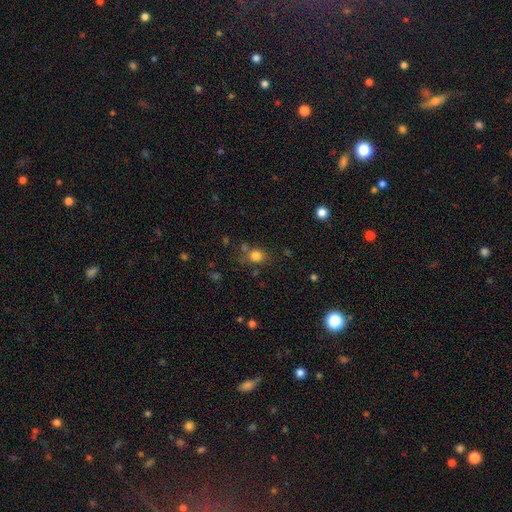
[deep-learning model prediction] The model was most divided on "how rounded": round: 69%, in between: 30%, cigar-shaped: 1%. More confident: smooth or featured — smooth (80%); merging — none (68%).